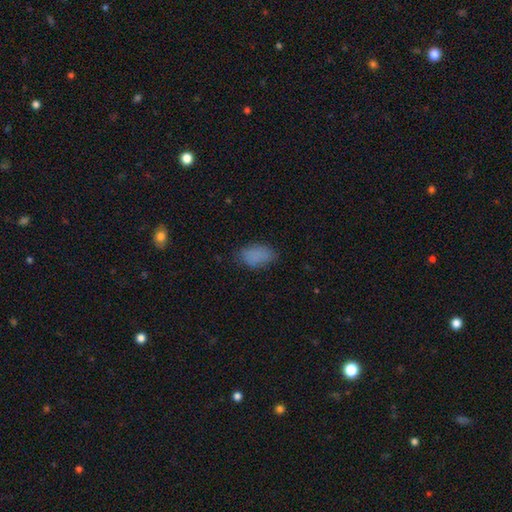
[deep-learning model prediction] Overall: smooth (84%). How rounded: in between (92%). Merging: none (74%).